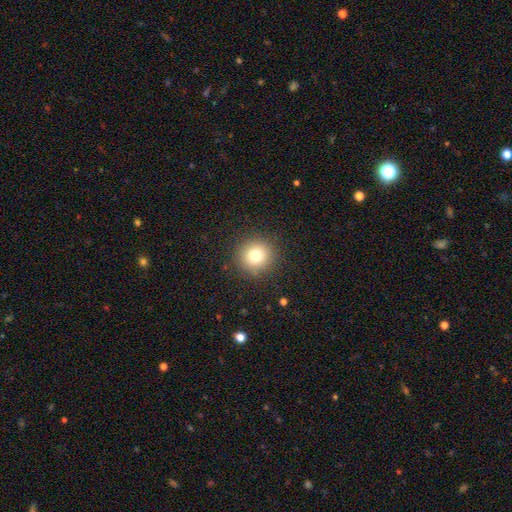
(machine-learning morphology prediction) Q: Smooth or featured?
A: smooth (78%); runner-up: star or artifact (13%)
Q: How rounded?
A: round (94%); runner-up: in between (5%)
Q: Merging?
A: none (90%); runner-up: minor disturbance (6%)